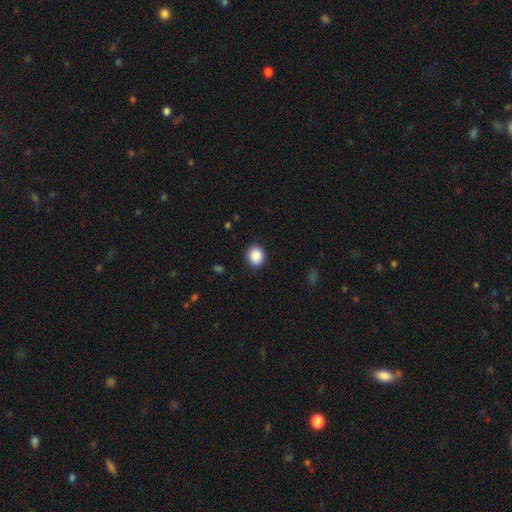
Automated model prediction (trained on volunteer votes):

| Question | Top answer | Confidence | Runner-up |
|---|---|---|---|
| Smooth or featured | smooth | 89% | star or artifact (8%) |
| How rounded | round | 62% | in between (37%) |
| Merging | none | 90% | minor disturbance (7%) |